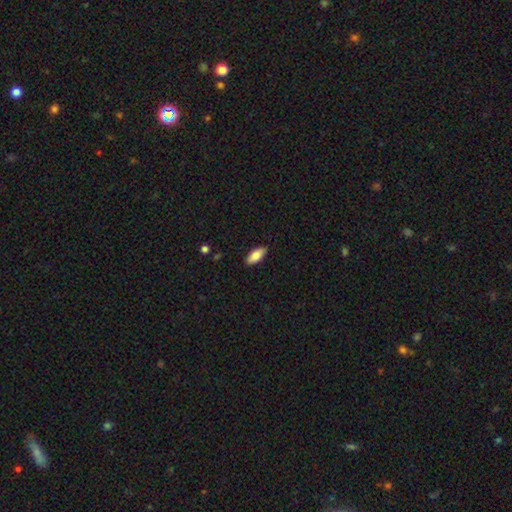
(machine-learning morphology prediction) This is clearly a smooth galaxy (83%). How rounded: clearly in between (85%). Merging: clearly none (89%).